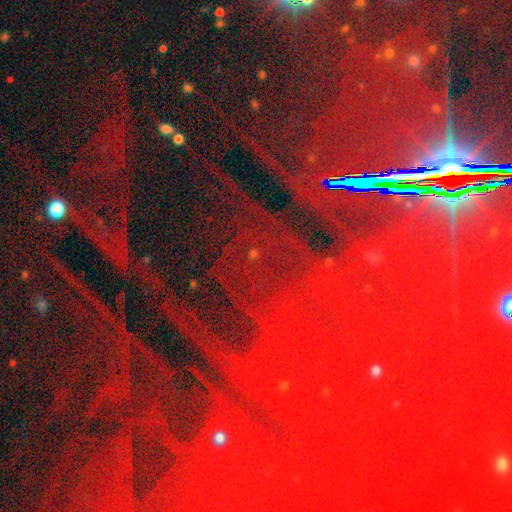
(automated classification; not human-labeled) smooth-or-featured: star or artifact: 85% | featured or disk: 10% | smooth: 5%